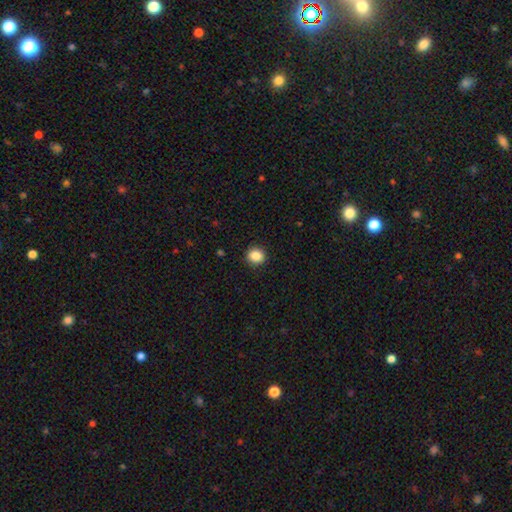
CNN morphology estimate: Smooth or featured?
  - smooth: 87% *
  - star or artifact: 9%
  - featured or disk: 4%
How rounded?
  - round: 86% *
  - in between: 13%
  - cigar-shaped: 1%
Merging?
  - none: 92% *
  - minor disturbance: 6%
  - major disturbance: 2%
  - merger: 1%